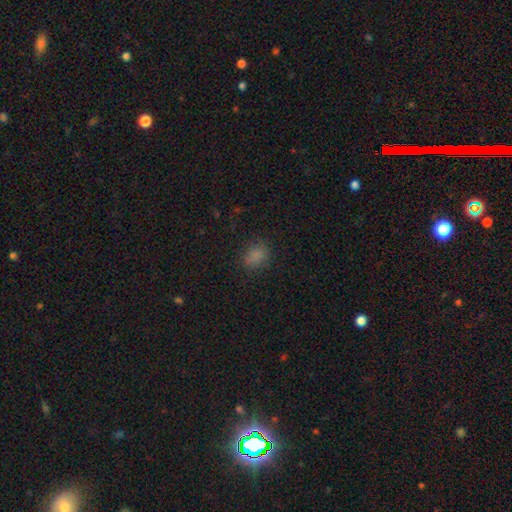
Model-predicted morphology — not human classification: Smooth or featured? Predicted: smooth (p=0.82). How rounded? Predicted: in between (p=0.64). Merging? Predicted: none (p=0.82).